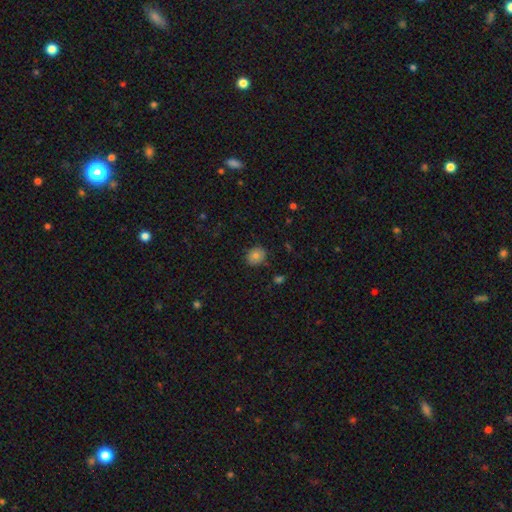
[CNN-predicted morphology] Smooth or featured? Predicted: smooth (p=0.82). How rounded? Predicted: round (p=0.69). Merging? Predicted: none (p=0.84).